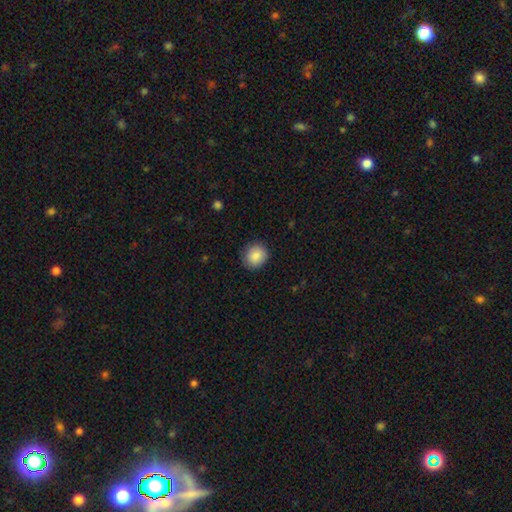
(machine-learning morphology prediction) smooth_or_featured: smooth (p=0.87) [alt: star or artifact p=0.08]
how_rounded: round (p=0.79) [alt: in between p=0.20]
merging: none (p=0.87) [alt: minor disturbance p=0.10]